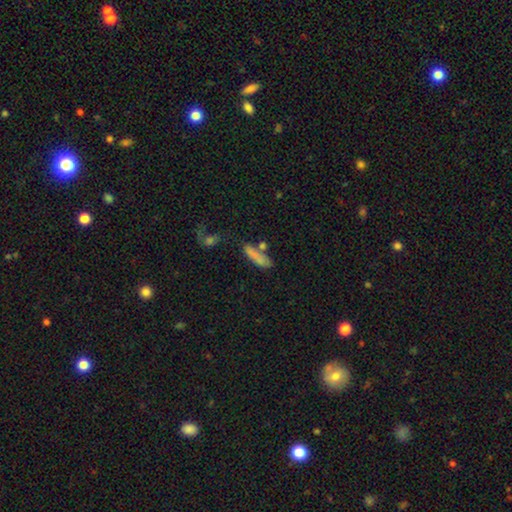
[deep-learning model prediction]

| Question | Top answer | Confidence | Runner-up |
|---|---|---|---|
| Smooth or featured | smooth | 78% | featured or disk (13%) |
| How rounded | cigar-shaped | 68% | in between (29%) |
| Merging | none | 57% | merger (19%) |